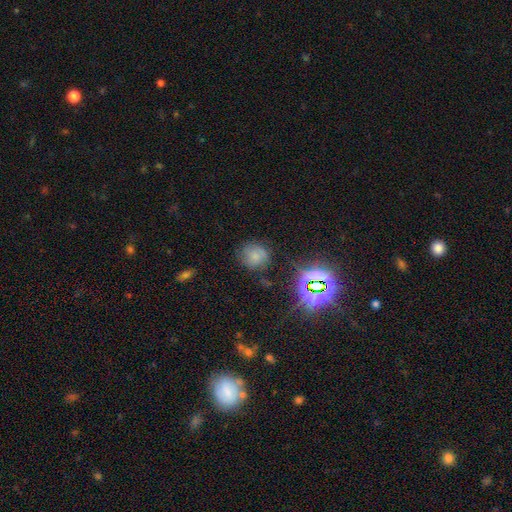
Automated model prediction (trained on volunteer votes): This is likely a smooth galaxy (66%). How rounded: clearly round (82%). Merging: likely none (72%).